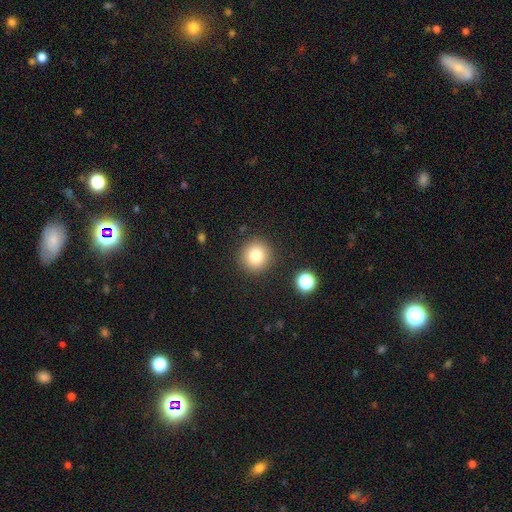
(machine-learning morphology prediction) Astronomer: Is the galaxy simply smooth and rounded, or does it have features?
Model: smooth — 80%.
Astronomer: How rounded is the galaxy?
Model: round — 94%.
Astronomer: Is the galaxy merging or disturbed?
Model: none — 89%.